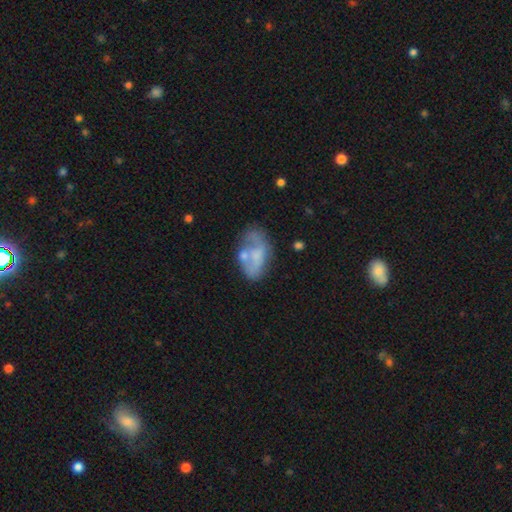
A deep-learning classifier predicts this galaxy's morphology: A featured or disk galaxy (48%).

Vote fractions:
- Smooth or featured? featured or disk: 48% / smooth: 43% / star or artifact: 9%
- Merging? none: 37% / minor disturbance: 24% / merger: 20% / major disturbance: 19%